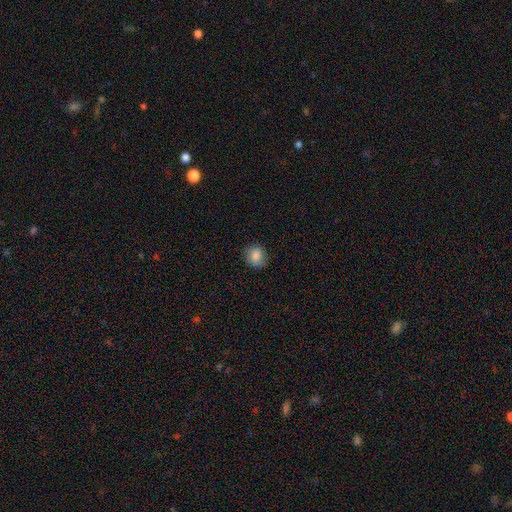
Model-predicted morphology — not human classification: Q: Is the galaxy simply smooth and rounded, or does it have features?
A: smooth — 85%.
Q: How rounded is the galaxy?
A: round — 82%.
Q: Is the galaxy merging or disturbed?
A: none — 86%.